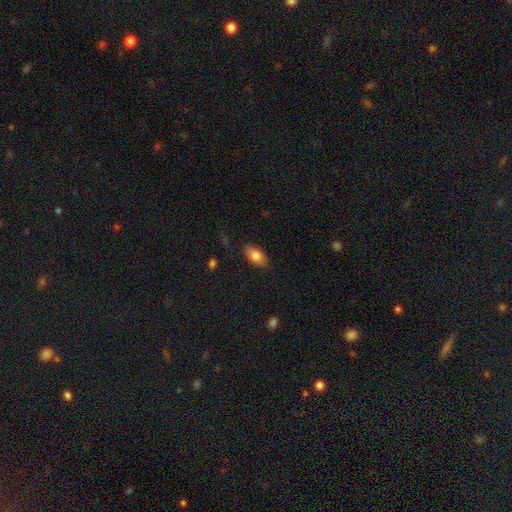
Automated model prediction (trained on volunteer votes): The model was most divided on "smooth or featured": smooth: 78%, featured or disk: 15%, star or artifact: 7%. More confident: how rounded — in between (90%); merging — none (84%).